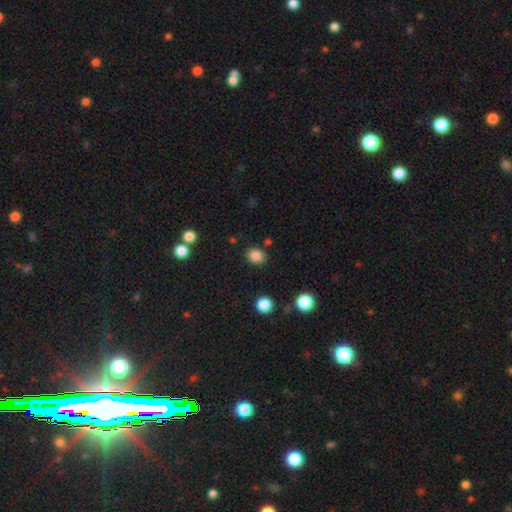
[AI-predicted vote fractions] Overall: smooth (85%). How rounded: in between (51%; round 48%). Merging: none (84%).